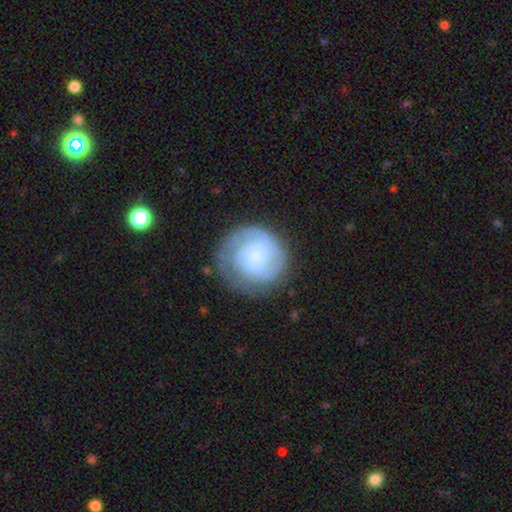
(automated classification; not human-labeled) Overall: featured or disk (61%; smooth 33%). Edge-on disk: no (98%). Bar: no (71%). Spiral arms: yes (85%). Spiral arm count: can't tell (37%; 2 26%). Spiral winding: tight (66%). Bulge size: small (43%; none 30%). Merging: none (69%).